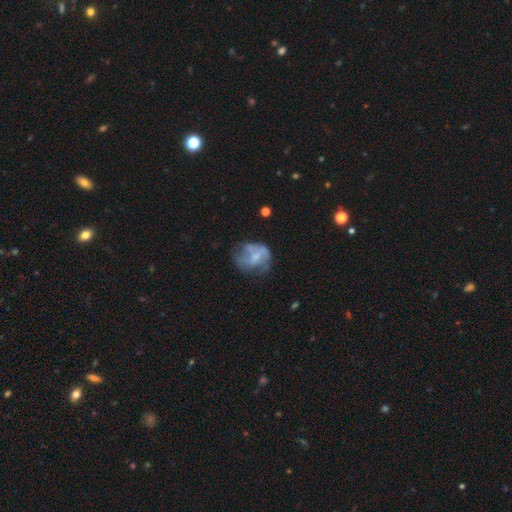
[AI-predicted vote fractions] Overall: featured or disk (52%; smooth 38%). Edge-on disk: no (98%). Bar: no (61%; weak 32%). Spiral arms: no (62%; yes 38%). Bulge size: small (36%; moderate 30%). Merging: none (38%; major disturbance 32%).